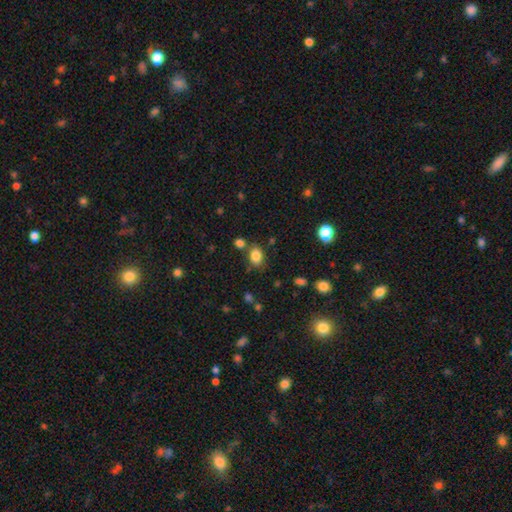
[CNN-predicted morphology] Smooth or featured? smooth (84%)
How rounded? in between (79%)
Merging? none (70%)